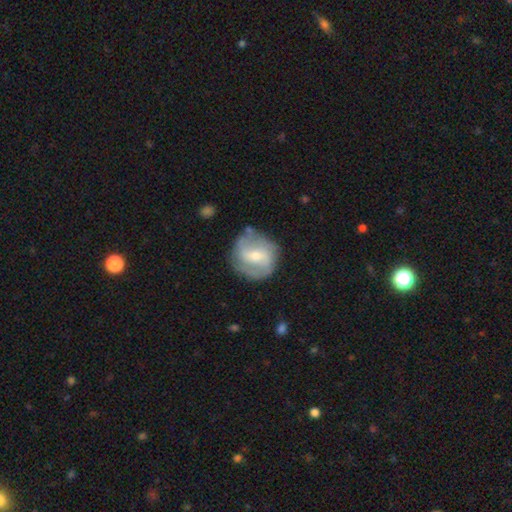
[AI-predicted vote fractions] This appears to be a featured or disk galaxy (69%) with a weak bar (49%), 2 (76%) medium (43%) spiral arms (83%) and a moderate central bulge (51%). Merging: none (76%).